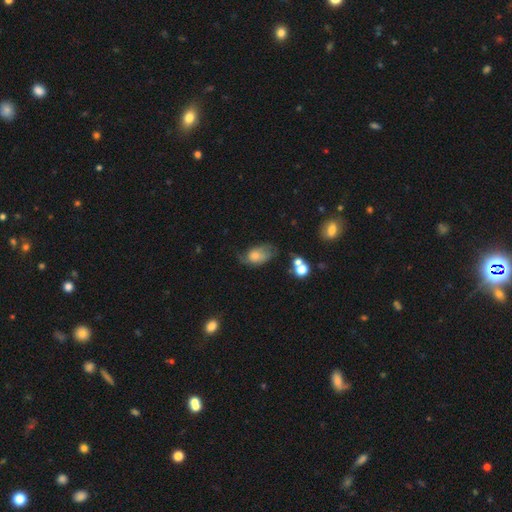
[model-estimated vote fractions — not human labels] The model was most divided on "merging": none: 33%, minor disturbance: 32%, major disturbance: 30%, merger: 5%. Remaining: smooth or featured — smooth (49%).